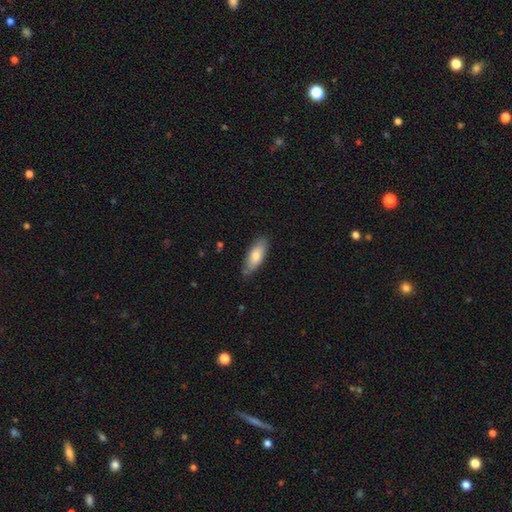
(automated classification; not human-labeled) The model was most divided on "how rounded": in between: 70%, cigar-shaped: 28%, round: 2%. More confident: merging — none (78%); smooth or featured — smooth (75%).